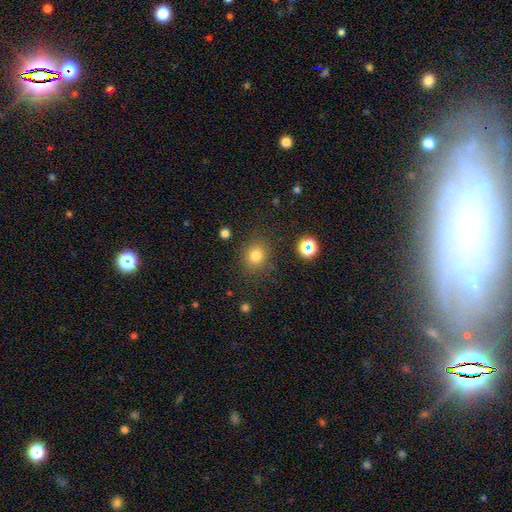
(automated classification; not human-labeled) A smooth galaxy with no disk features (79%) that is round (75%).

Vote fractions:
- Smooth or featured? smooth: 79% / star or artifact: 15% / featured or disk: 6%
- How rounded? round: 75% / in between: 24% / cigar-shaped: 1%
- Merging? none: 82% / minor disturbance: 10% / major disturbance: 5% / merger: 3%